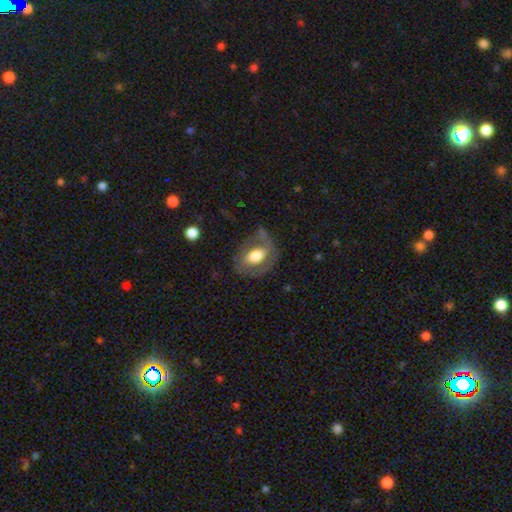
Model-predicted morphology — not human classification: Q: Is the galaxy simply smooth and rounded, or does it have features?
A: featured or disk — 51%.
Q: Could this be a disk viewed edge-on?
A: no — 93%.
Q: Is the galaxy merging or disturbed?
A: none — 54%.